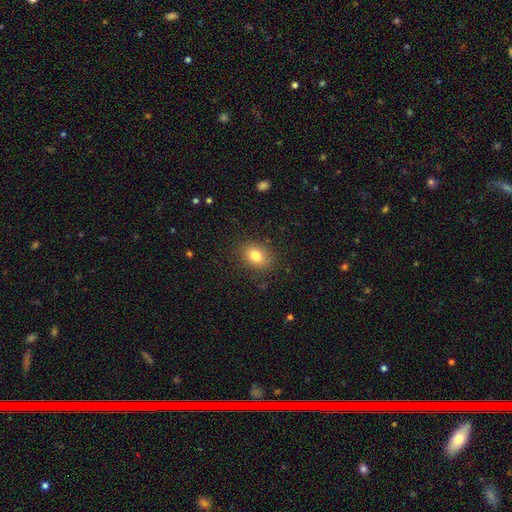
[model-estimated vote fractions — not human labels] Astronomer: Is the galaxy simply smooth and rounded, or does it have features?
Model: smooth — 81%.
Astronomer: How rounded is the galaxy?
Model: in between — 63%.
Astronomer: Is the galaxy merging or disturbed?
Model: none — 85%.